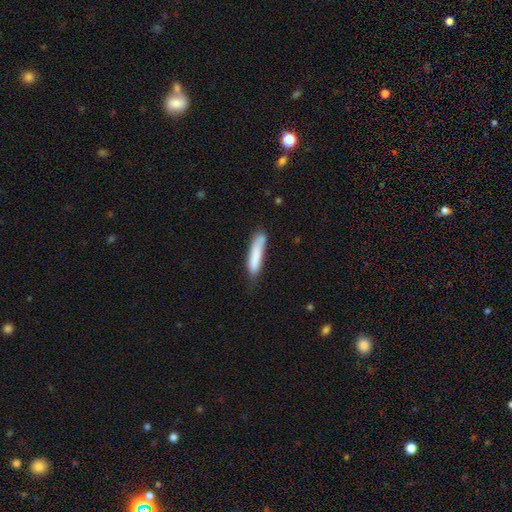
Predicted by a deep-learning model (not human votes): smooth-or-featured: smooth: 81% | featured or disk: 12% | star or artifact: 6%
  how-rounded: cigar-shaped: 85% | in between: 14% | round: 1%
  merging: none: 64% | minor disturbance: 25% | major disturbance: 6% | merger: 4%